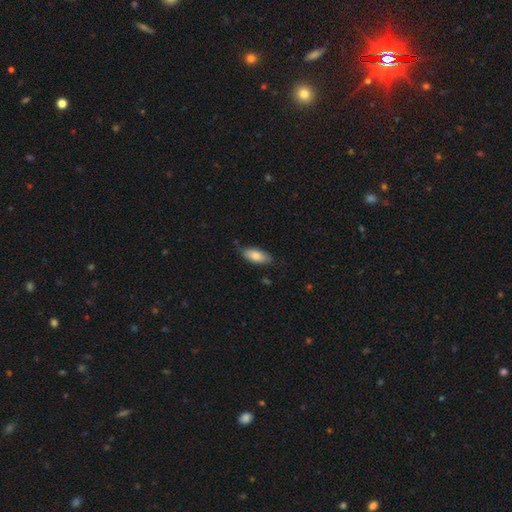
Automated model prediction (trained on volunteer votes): smooth 82%, featured or disk 12%, star or artifact 6%. Down the decision tree: how rounded — in between (85%); merging — none (75%).